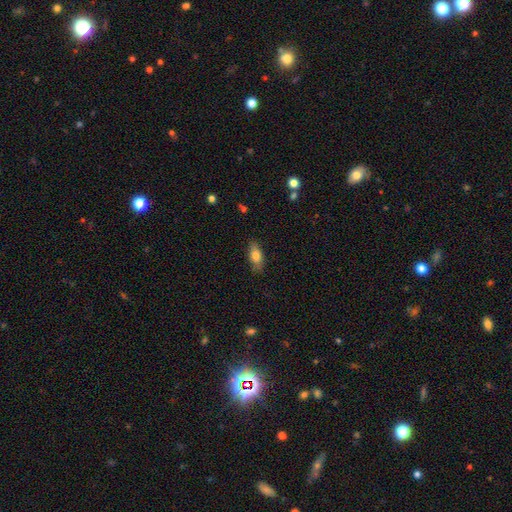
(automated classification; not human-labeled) Overall: smooth (75%). How rounded: in between (81%). Merging: none (84%).